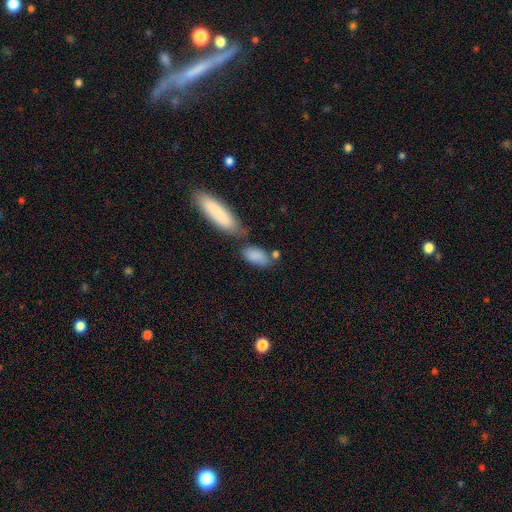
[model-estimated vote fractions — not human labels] A smooth galaxy with no disk features (85%) that is in between round and cigar-shaped (86%). Merging: none (54%).